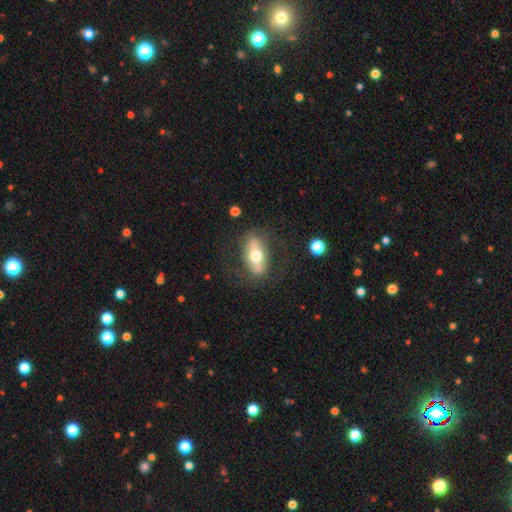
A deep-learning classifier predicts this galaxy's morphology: Smooth or featured?
  - featured or disk: 53% *
  - smooth: 41%
  - star or artifact: 7%
Edge-on disk?
  - no: 61% *
  - yes: 39%
Merging?
  - none: 76% *
  - minor disturbance: 14%
  - major disturbance: 8%
  - merger: 2%